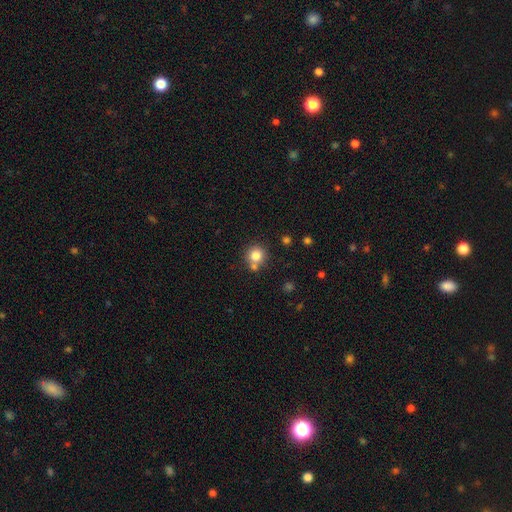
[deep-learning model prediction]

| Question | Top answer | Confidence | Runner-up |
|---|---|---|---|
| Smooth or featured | smooth | 80% | star or artifact (12%) |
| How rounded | round | 92% | in between (7%) |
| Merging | none | 67% | merger (22%) |